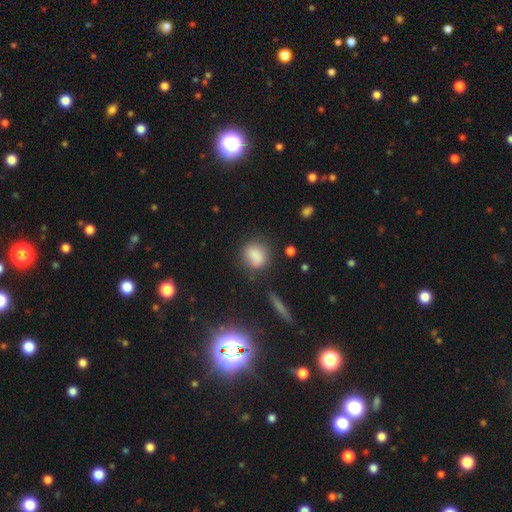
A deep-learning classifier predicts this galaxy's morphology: type=smooth (82%); roundness=round (67%); merging=none (68%).